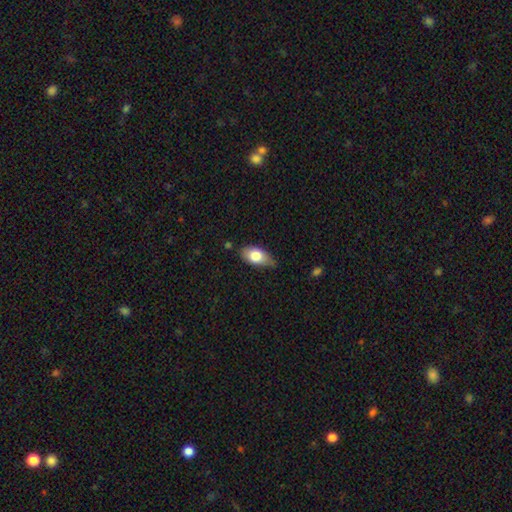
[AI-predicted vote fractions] smooth_or_featured: smooth (p=0.76) [alt: featured or disk p=0.17]
how_rounded: in between (p=0.90) [alt: round p=0.06]
merging: none (p=0.60) [alt: minor disturbance p=0.32]